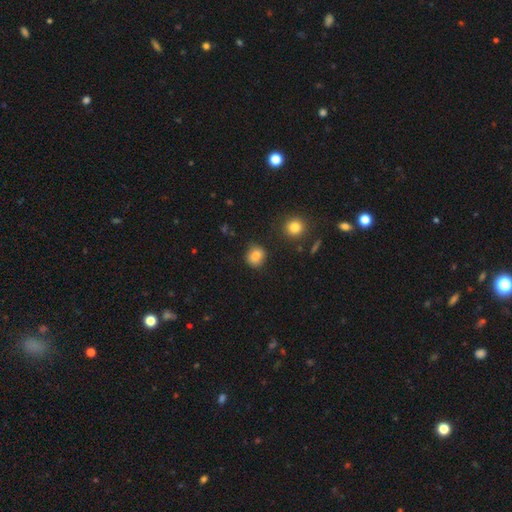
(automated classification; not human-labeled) Smooth or featured: smooth — 83% (star or artifact — 10%)
How rounded: round — 80% (in between — 19%)
Merging: none — 83% (minor disturbance — 11%)